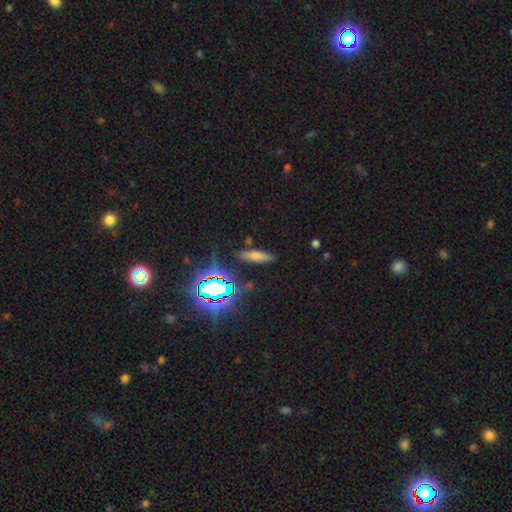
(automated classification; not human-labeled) The model was most divided on "how rounded": cigar-shaped: 67%, in between: 29%, round: 4%. More confident: merging — none (82%); smooth or featured — smooth (63%).